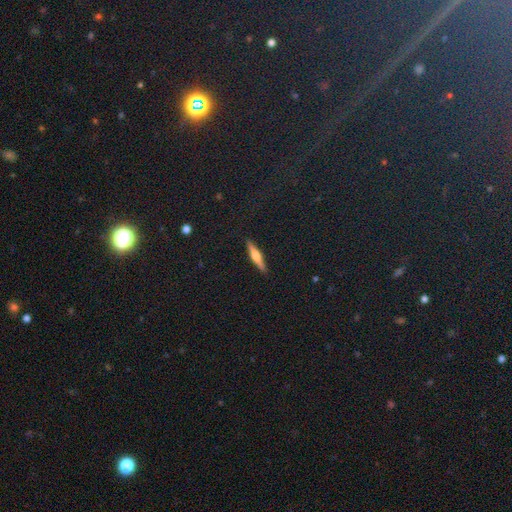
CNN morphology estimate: Smooth or featured? Predicted: featured or disk (p=0.60). Edge-on disk? Predicted: yes (p=0.97). Edge-on bulge? Predicted: rounded (p=0.86). Merging? Predicted: none (p=0.91).